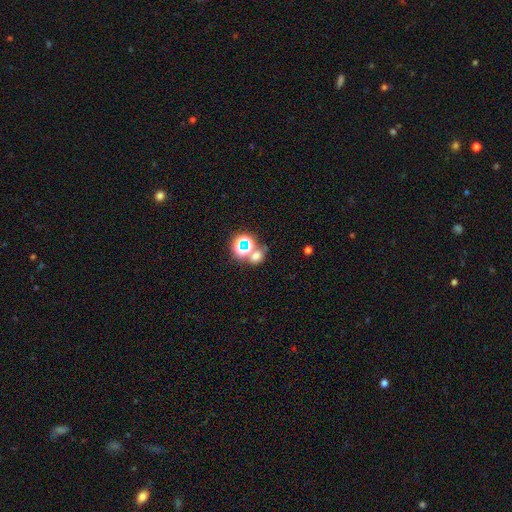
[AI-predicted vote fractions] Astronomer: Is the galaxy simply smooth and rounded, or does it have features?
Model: smooth — 51% (runner-up: star or artifact, 39%).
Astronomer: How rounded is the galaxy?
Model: round — 58% (runner-up: in between, 41%).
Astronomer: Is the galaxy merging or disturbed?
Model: none — 54% (runner-up: merger, 30%).